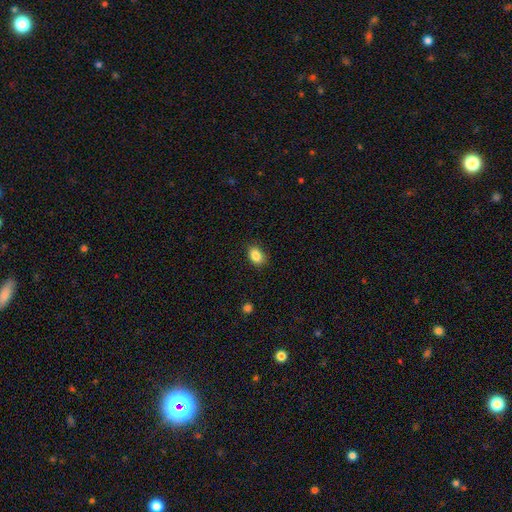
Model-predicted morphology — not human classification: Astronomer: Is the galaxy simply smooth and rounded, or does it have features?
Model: smooth — 87%.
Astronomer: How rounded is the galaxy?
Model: in between — 78%.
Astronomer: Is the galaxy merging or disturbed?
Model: none — 84%.